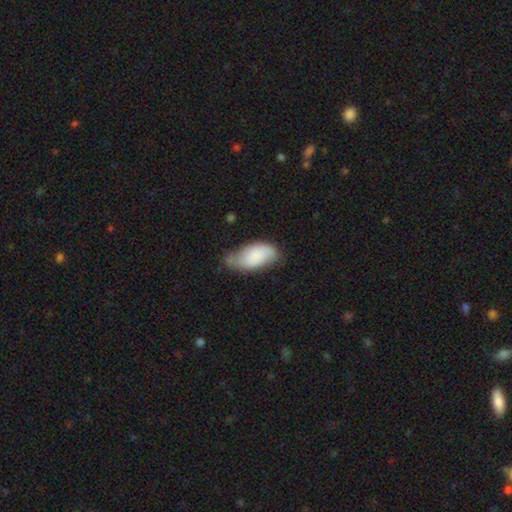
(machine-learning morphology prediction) Smooth or featured? Predicted: smooth (p=0.67). How rounded? Predicted: in between (p=0.92). Merging? Predicted: none (p=0.42).